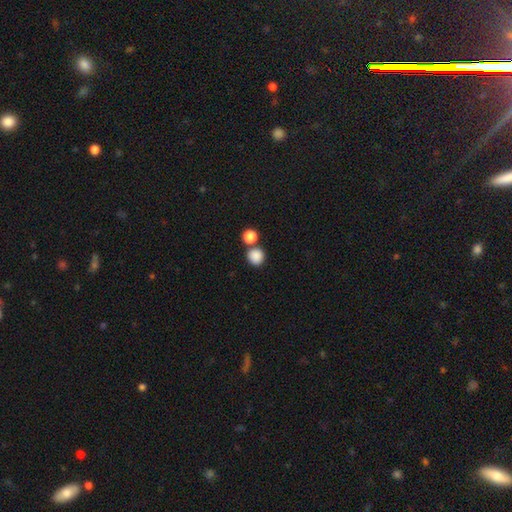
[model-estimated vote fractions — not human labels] The model was most divided on "merging": none: 68%, merger: 21%, minor disturbance: 8%, major disturbance: 3%. More confident: how rounded — round (90%); smooth or featured — smooth (86%).